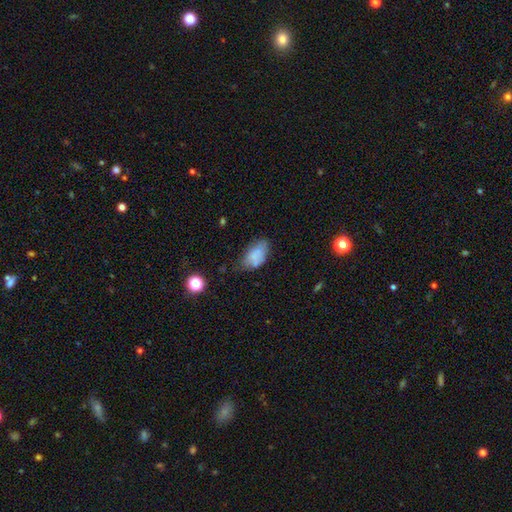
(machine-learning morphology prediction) Smooth or featured?
  - smooth: 75% *
  - featured or disk: 15%
  - star or artifact: 10%
How rounded?
  - in between: 92% *
  - round: 6%
  - cigar-shaped: 2%
Merging?
  - none: 48% *
  - minor disturbance: 35%
  - major disturbance: 12%
  - merger: 5%